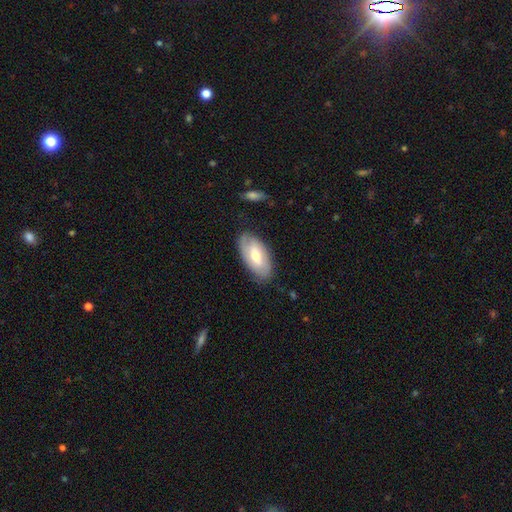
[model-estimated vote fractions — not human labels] Smooth or featured? featured or disk (52%)
Edge-on disk? no (89%)
Merging? none (79%)